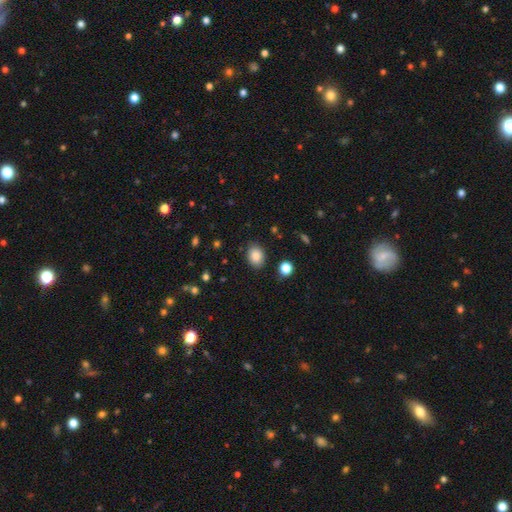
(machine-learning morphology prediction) Smooth or featured: smooth — 85% (star or artifact — 9%)
How rounded: in between — 66% (round — 34%)
Merging: none — 86% (minor disturbance — 10%)